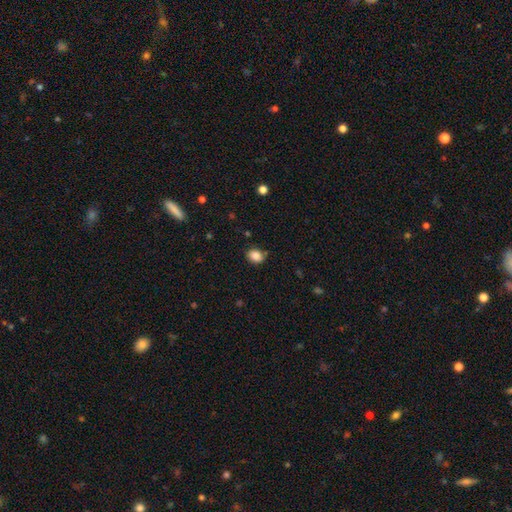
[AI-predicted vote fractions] This appears to be a smooth galaxy with no disk features (84%) that is round (52%). Merging: none (79%).